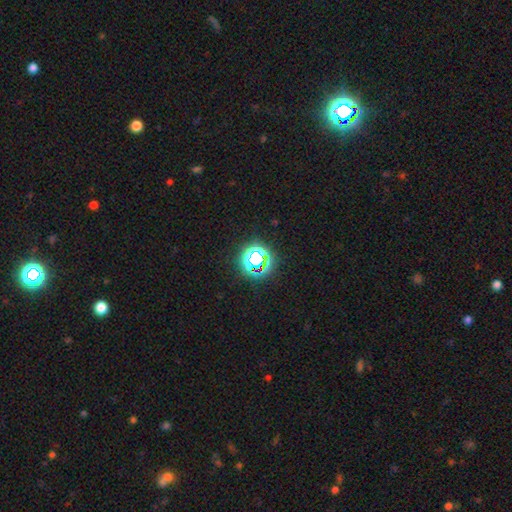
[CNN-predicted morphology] smooth-or-featured: star or artifact: 67% | smooth: 22% | featured or disk: 10%